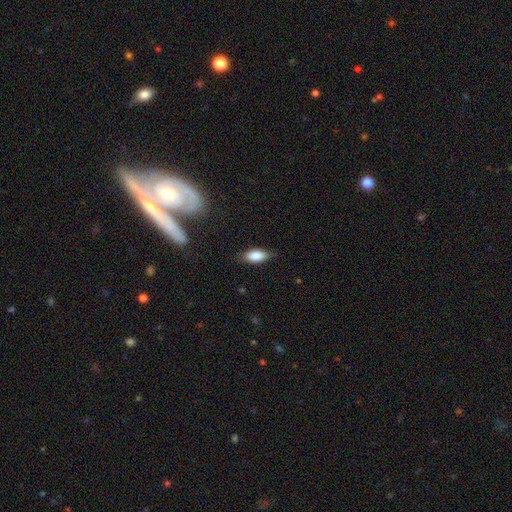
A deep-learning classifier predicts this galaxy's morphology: This appears to be a smooth galaxy with no disk features (78%) that is in between round and cigar-shaped (85%). Merging: none (79%).